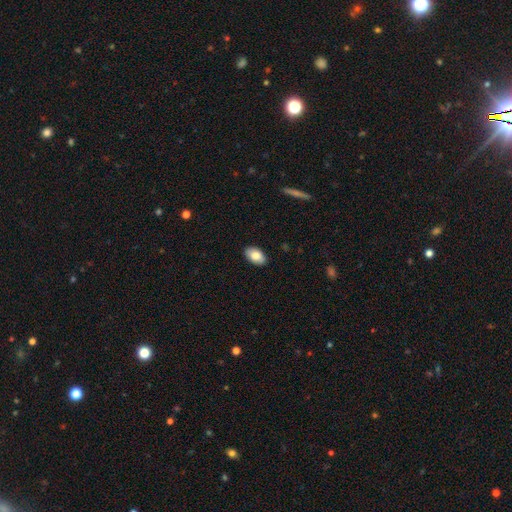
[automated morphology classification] smooth-or-featured: smooth: 85% | featured or disk: 8% | star or artifact: 7%
  how-rounded: in between: 93% | round: 5% | cigar-shaped: 1%
  merging: none: 89% | minor disturbance: 8% | major disturbance: 2% | merger: 1%